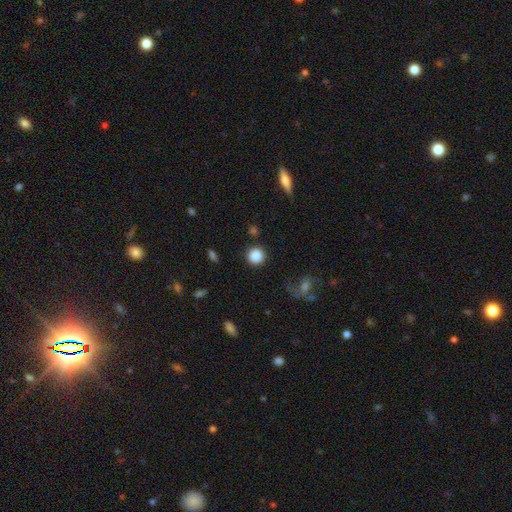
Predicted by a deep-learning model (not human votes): Morphology: type=smooth (86%); roundness=round (94%); merging=none (87%).